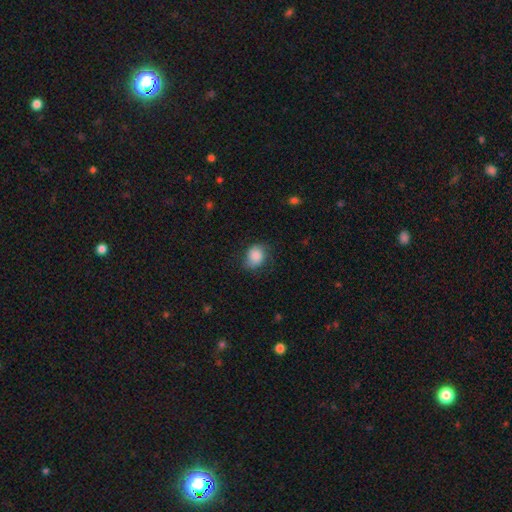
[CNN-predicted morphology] Smooth or featured?
  - smooth: 84% *
  - featured or disk: 8%
  - star or artifact: 8%
How rounded?
  - in between: 52% *
  - round: 47%
  - cigar-shaped: 1%
Merging?
  - none: 64% *
  - minor disturbance: 26%
  - major disturbance: 8%
  - merger: 1%